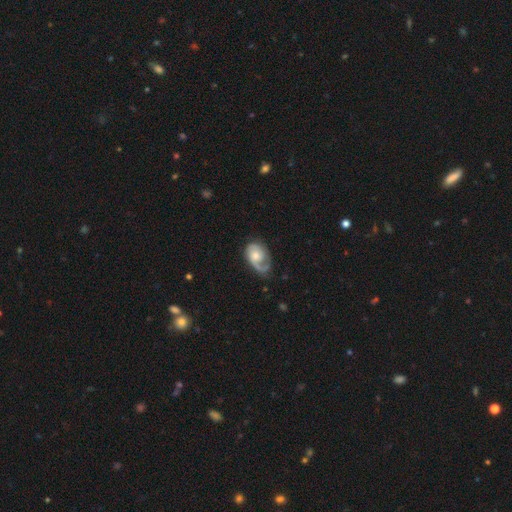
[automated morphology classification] A featured or disk galaxy (68%) with no bar (73%), 1 (61%) medium (38%) spiral arms (90%) and a moderate central bulge (47%). Merging: none (50%).